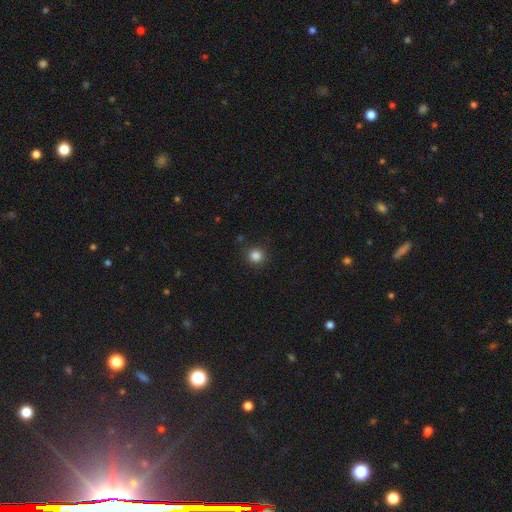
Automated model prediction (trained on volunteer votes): This appears to be a smooth galaxy with no disk features (85%) that is round (92%). Merging: none (89%).